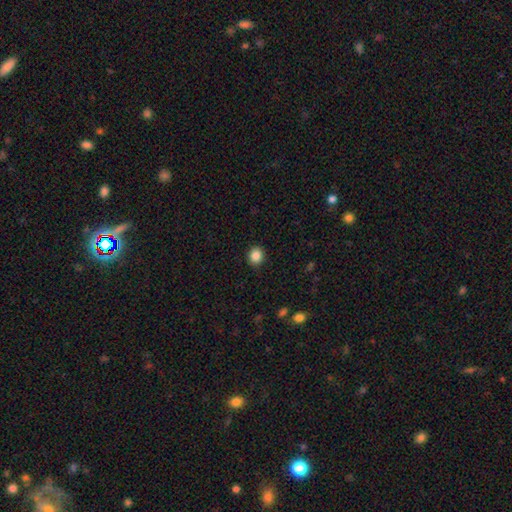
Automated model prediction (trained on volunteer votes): smooth-or-featured: smooth: 86% | star or artifact: 10% | featured or disk: 4%
  how-rounded: round: 78% | in between: 21% | cigar-shaped: 1%
  merging: none: 92% | minor disturbance: 6% | major disturbance: 2% | merger: 1%